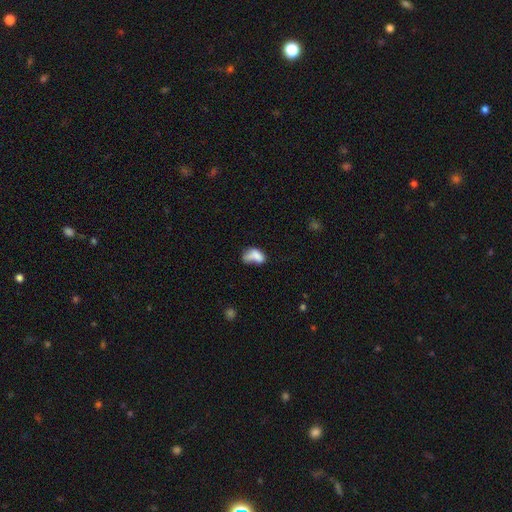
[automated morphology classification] Q: Smooth or featured?
A: smooth (71%); runner-up: featured or disk (18%)
Q: How rounded?
A: in between (87%); runner-up: round (10%)
Q: Merging?
A: merger (29%); runner-up: major disturbance (26%)